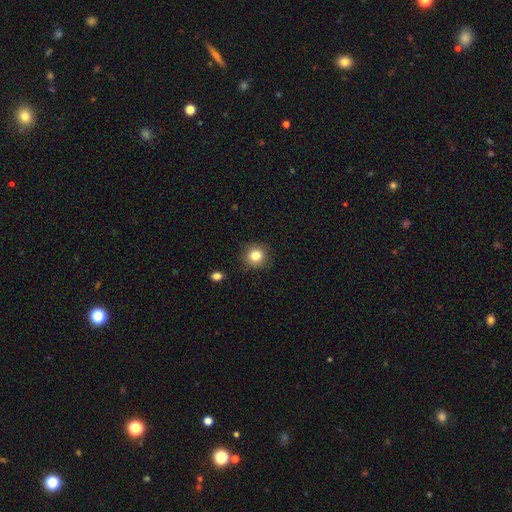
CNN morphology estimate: smooth-or-featured: smooth: 82% | star or artifact: 11% | featured or disk: 7%
  how-rounded: round: 92% | in between: 8% | cigar-shaped: 1%
  merging: none: 88% | minor disturbance: 8% | major disturbance: 2% | merger: 1%